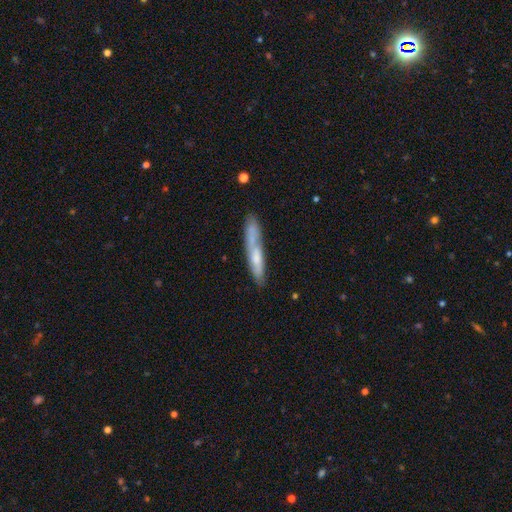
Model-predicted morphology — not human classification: The model was most divided on "smooth or featured": smooth: 54%, featured or disk: 39%, star or artifact: 7%. More confident: how rounded — cigar-shaped (91%); merging — none (62%).